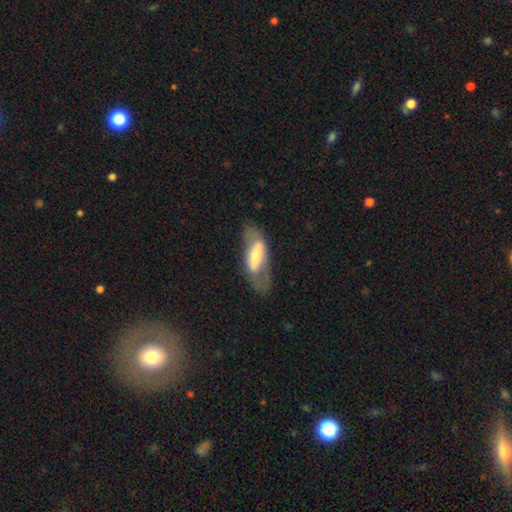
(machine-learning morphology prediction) smooth-or-featured: smooth: 48% | featured or disk: 45% | star or artifact: 6%
  merging: none: 52% | minor disturbance: 25% | major disturbance: 21% | merger: 2%